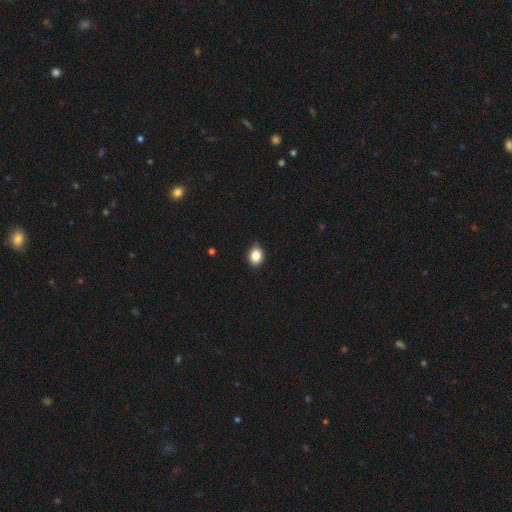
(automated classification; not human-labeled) A smooth galaxy with no disk features (86%) that is in between round and cigar-shaped (54%).

Vote fractions:
- Smooth or featured? smooth: 86% / star or artifact: 9% / featured or disk: 5%
- How rounded? in between: 54% / round: 45% / cigar-shaped: 1%
- Merging? none: 84% / minor disturbance: 13% / major disturbance: 2% / merger: 1%